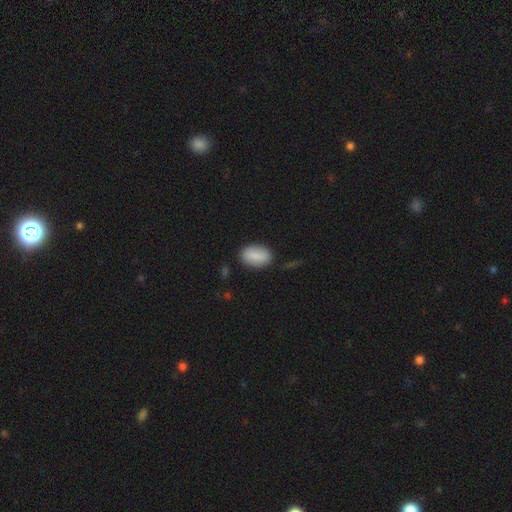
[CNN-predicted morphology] Q: Smooth or featured?
A: smooth (83%); runner-up: featured or disk (10%)
Q: How rounded?
A: in between (90%); runner-up: round (8%)
Q: Merging?
A: none (82%); runner-up: minor disturbance (13%)